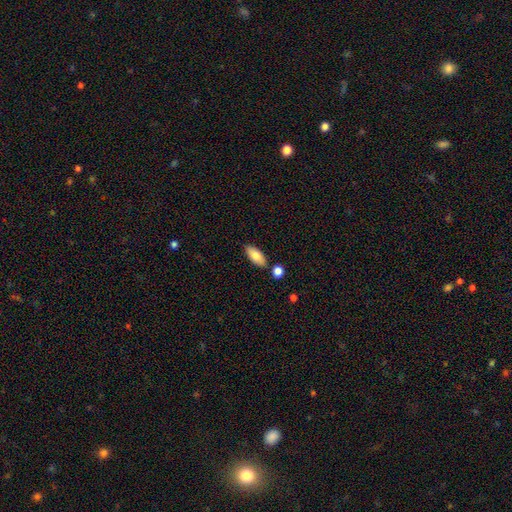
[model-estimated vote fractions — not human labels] This is clearly a smooth galaxy (80%). How rounded: clearly in between (87%). Merging: clearly none (81%).